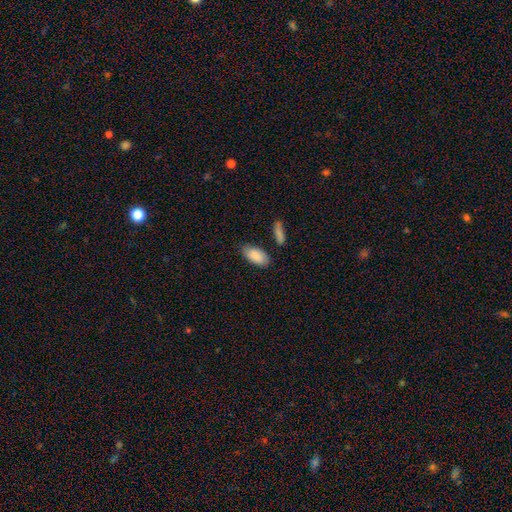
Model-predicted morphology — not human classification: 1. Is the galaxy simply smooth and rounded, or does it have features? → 89% smooth, 6% star or artifact, 5% featured or disk.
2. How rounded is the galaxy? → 92% in between, 6% cigar-shaped, 2% round.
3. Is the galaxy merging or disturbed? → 77% none, 15% minor disturbance, 5% merger, 3% major disturbance.